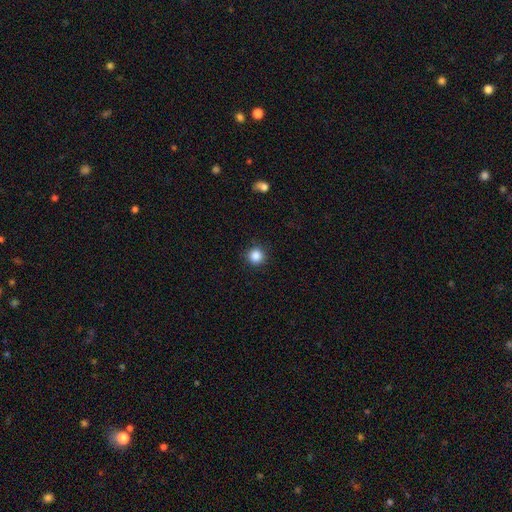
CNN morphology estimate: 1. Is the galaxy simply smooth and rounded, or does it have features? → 87% smooth, 10% star or artifact, 3% featured or disk.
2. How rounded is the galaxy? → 94% round, 5% in between, 1% cigar-shaped.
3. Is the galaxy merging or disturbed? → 91% none, 6% minor disturbance, 2% major disturbance, 1% merger.